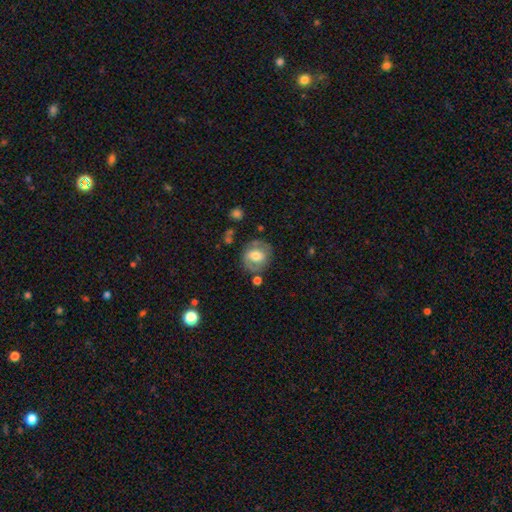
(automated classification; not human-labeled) Overall: featured or disk (47%; smooth 46%). Merging: none (70%).